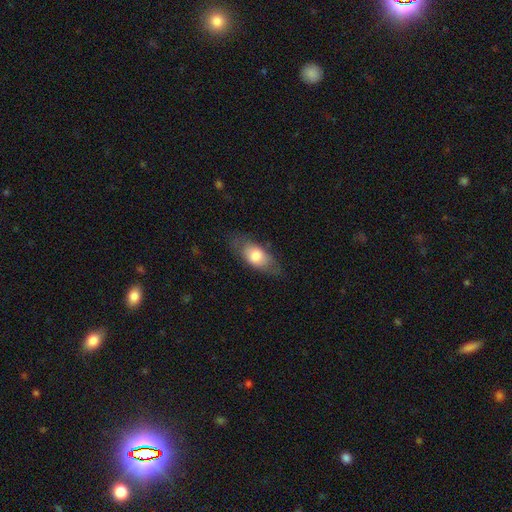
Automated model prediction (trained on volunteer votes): The model was most divided on "smooth or featured": smooth: 70%, featured or disk: 23%, star or artifact: 6%. More confident: how rounded — in between (85%); merging — none (72%).